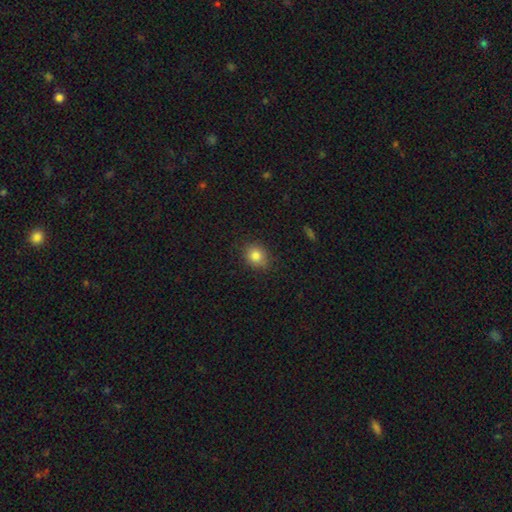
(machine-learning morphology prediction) This is clearly a smooth galaxy (83%). How rounded: likely round (64%). Merging: clearly none (83%).